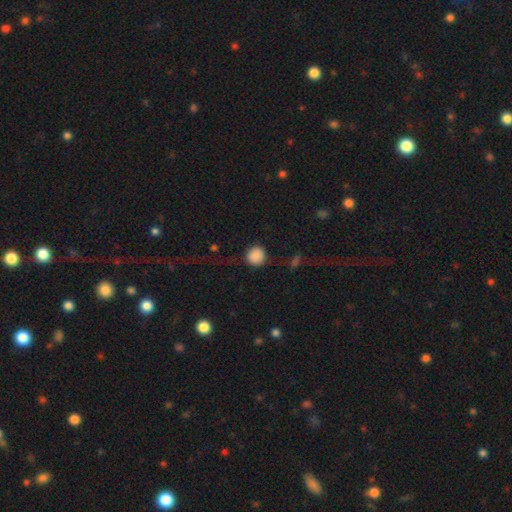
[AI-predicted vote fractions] A smooth galaxy with no disk features (85%) that is round (92%). Merging: none (70%).